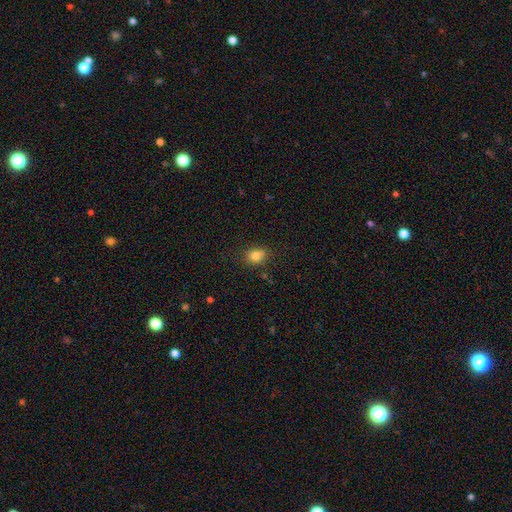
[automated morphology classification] smooth 81%, star or artifact 12%, featured or disk 7%. Down the decision tree: how rounded — round (56%); merging — none (74%).